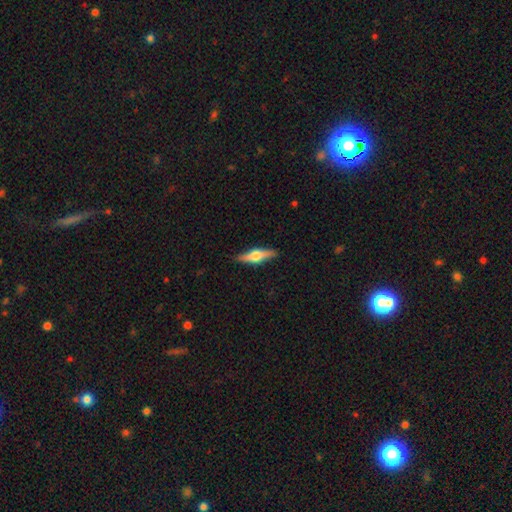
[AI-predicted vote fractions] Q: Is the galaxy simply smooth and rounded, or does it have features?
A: featured or disk — 63%.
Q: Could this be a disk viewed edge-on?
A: yes — 96%.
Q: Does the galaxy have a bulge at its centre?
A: rounded — 94%.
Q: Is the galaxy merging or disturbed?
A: none — 89%.